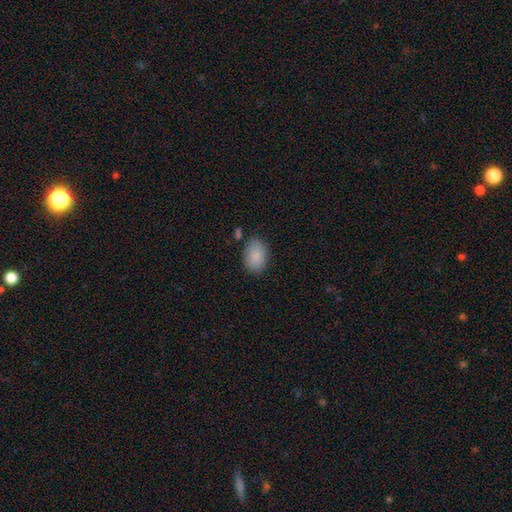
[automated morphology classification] A smooth galaxy with no disk features (88%) that is in between round and cigar-shaped (82%).

Vote fractions:
- Smooth or featured? smooth: 88% / star or artifact: 7% / featured or disk: 5%
- How rounded? in between: 82% / round: 17% / cigar-shaped: 1%
- Merging? none: 79% / minor disturbance: 14% / major disturbance: 3% / merger: 3%